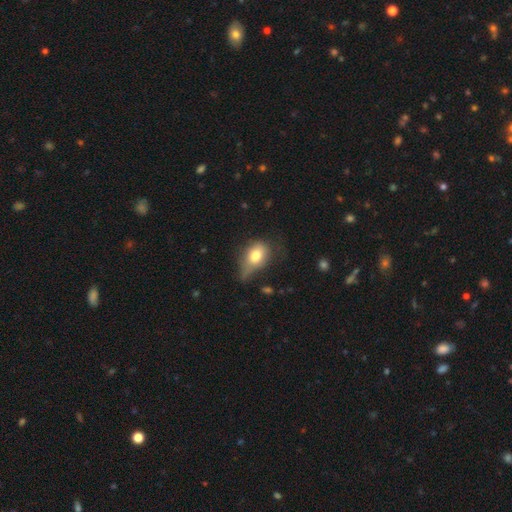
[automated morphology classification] Smooth or featured? Predicted: smooth (p=0.74). How rounded? Predicted: in between (p=0.68). Merging? Predicted: minor disturbance (p=0.39).